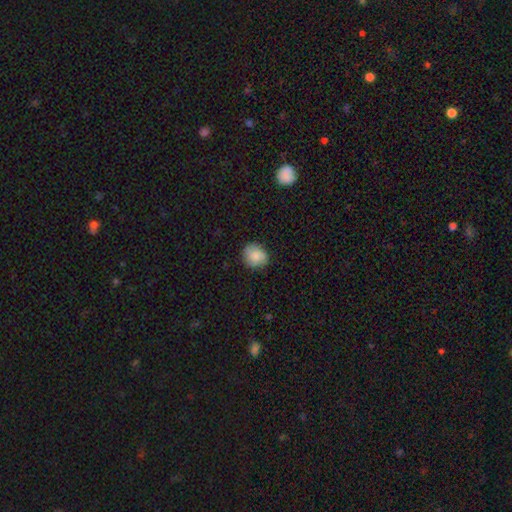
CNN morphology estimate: Smooth or featured?
  - smooth: 83% *
  - featured or disk: 10%
  - star or artifact: 8%
How rounded?
  - round: 74% *
  - in between: 25%
  - cigar-shaped: 1%
Merging?
  - none: 77% *
  - minor disturbance: 18%
  - major disturbance: 4%
  - merger: 1%